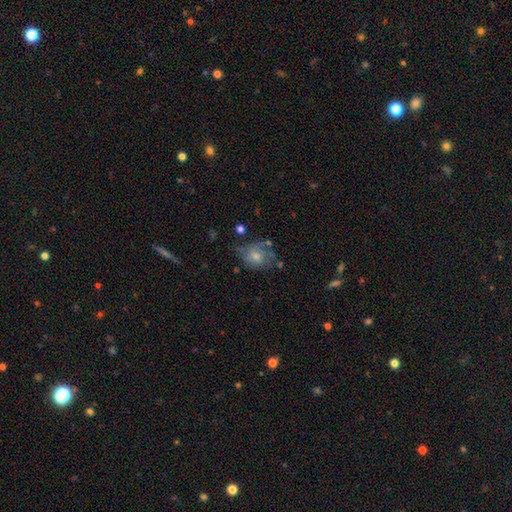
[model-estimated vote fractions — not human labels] smooth-or-featured: smooth: 53% | featured or disk: 38% | star or artifact: 9%
  how-rounded: round: 59% | in between: 40% | cigar-shaped: 1%
  merging: none: 47% | minor disturbance: 28% | major disturbance: 18% | merger: 7%